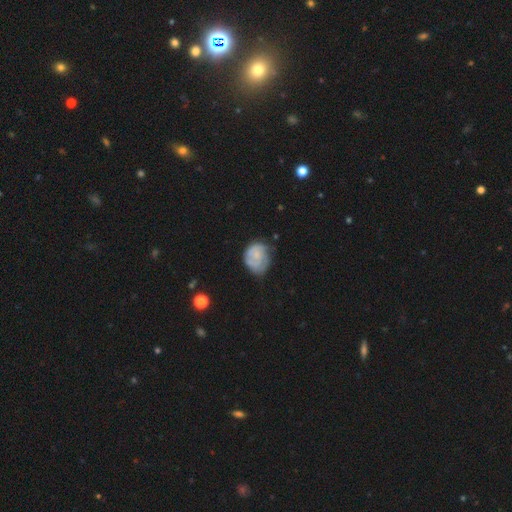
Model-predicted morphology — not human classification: This appears to be a featured or disk galaxy (48%). Merging: none (50%).